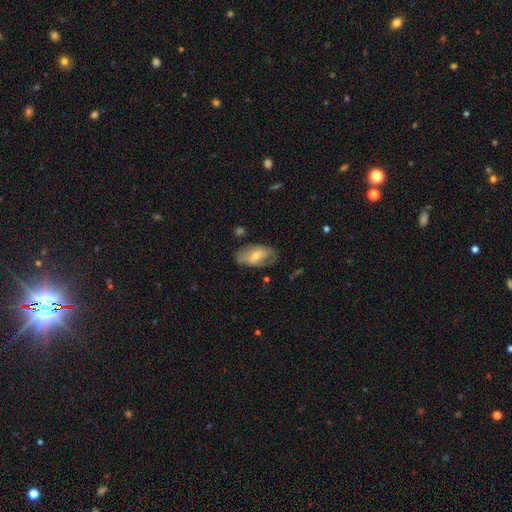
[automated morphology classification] This appears to be a smooth galaxy with no disk features (47%). Merging: none (67%).